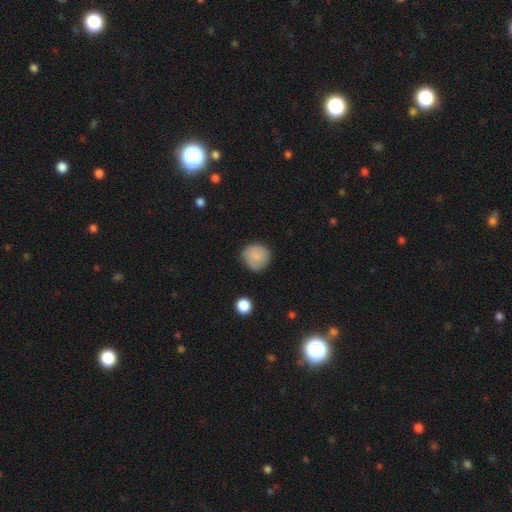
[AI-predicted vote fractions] This appears to be a smooth galaxy with no disk features (84%) that is round (92%). Merging: none (74%).